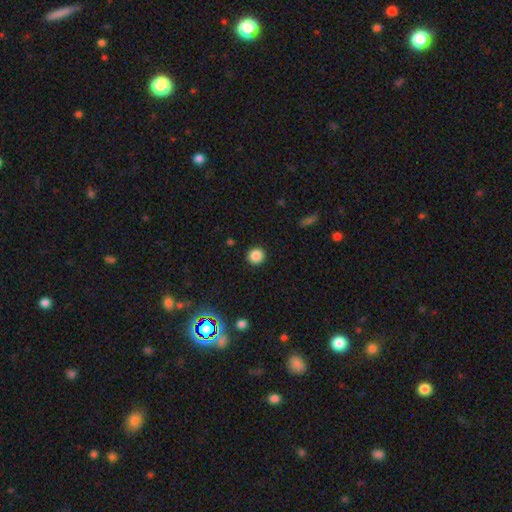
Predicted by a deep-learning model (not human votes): smooth_or_featured: smooth (p=0.85) [alt: star or artifact p=0.11]
how_rounded: round (p=0.92) [alt: in between p=0.07]
merging: none (p=0.92) [alt: minor disturbance p=0.05]